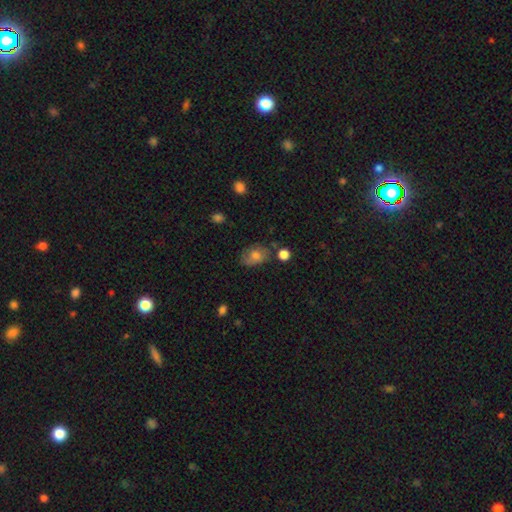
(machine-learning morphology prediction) Overall: smooth (66%). How rounded: in between (79%). Merging: none (60%; minor disturbance 26%).